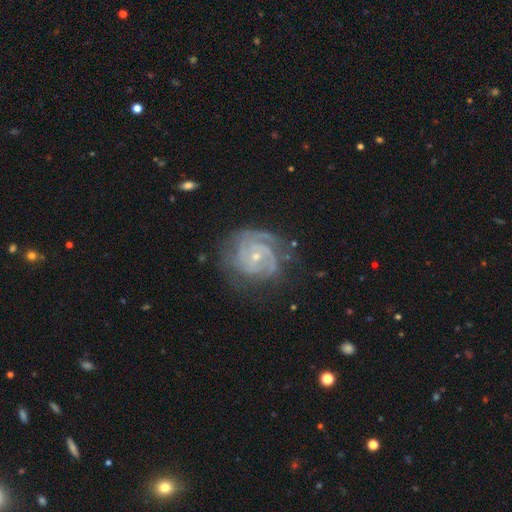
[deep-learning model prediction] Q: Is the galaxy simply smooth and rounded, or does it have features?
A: featured or disk — 89%.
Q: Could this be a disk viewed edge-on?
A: no — 98%.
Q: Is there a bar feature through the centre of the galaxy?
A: no — 65%.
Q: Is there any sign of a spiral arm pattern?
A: yes — 98%.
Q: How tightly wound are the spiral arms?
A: tight — 74%.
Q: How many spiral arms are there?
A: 2 — 35%.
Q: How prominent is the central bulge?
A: small — 71%.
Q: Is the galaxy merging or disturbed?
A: none — 69%.